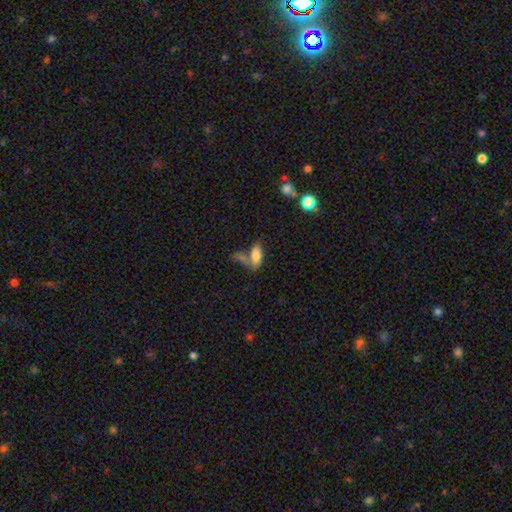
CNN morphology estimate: type=smooth (79%); roundness=in between (80%); merging=none (42%).